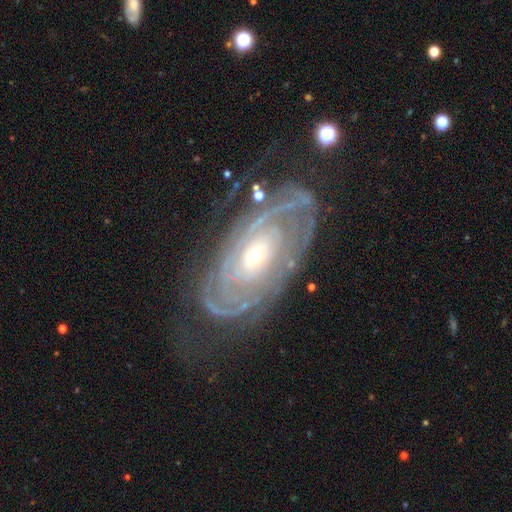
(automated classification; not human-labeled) Overall: featured or disk (87%). Edge-on disk: no (94%). Bar: no (75%). Spiral arms: yes (90%). Spiral arm count: can't tell (33%; 2 25%). Spiral winding: tight (72%). Bulge size: moderate (48%; small 47%). Merging: none (64%).